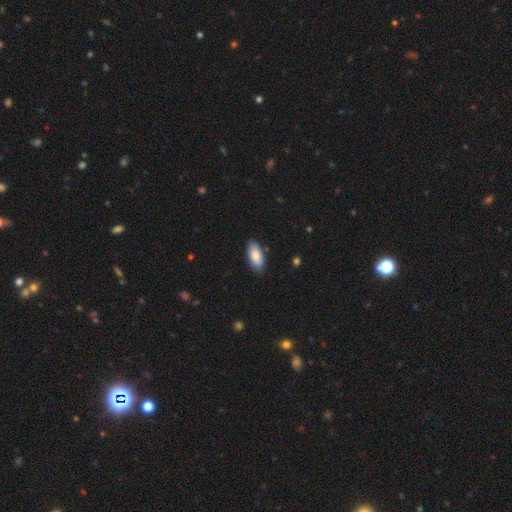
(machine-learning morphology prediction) Smooth or featured? Predicted: smooth (p=0.85). How rounded? Predicted: in between (p=0.89). Merging? Predicted: none (p=0.86).